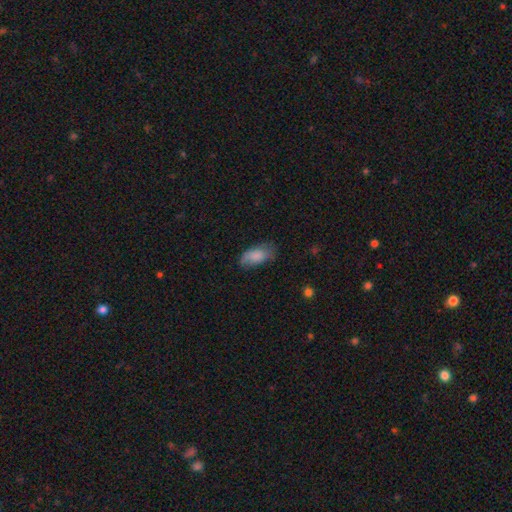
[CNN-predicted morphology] A smooth galaxy with no disk features (81%) that is in between round and cigar-shaped (92%). Merging: none (56%).